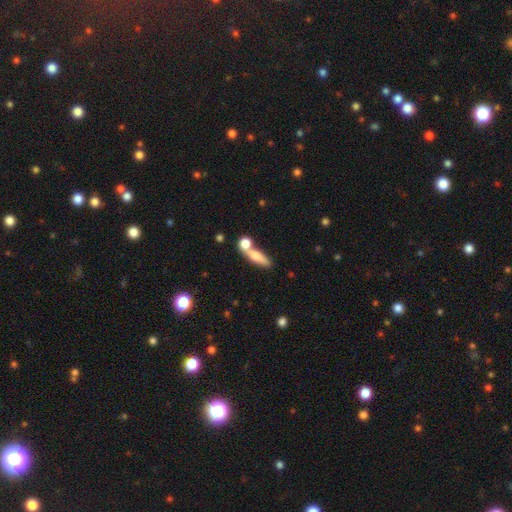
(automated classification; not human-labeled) This appears to be a smooth galaxy with no disk features (70%) that is cigar-shaped (52%). Merging: merger (43%).